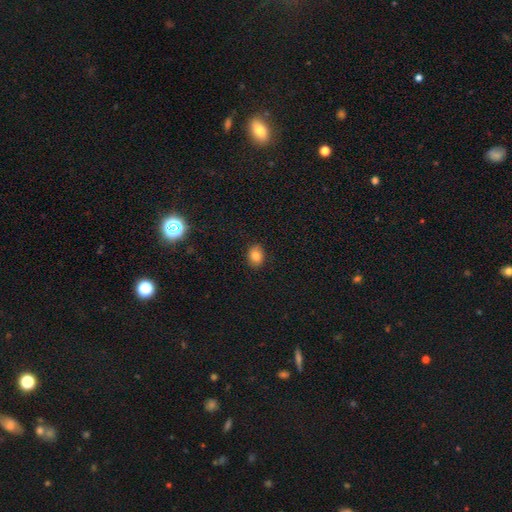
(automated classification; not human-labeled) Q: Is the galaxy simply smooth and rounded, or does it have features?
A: smooth — 82%.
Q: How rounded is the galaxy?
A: in between — 55%.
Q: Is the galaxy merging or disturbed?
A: none — 88%.